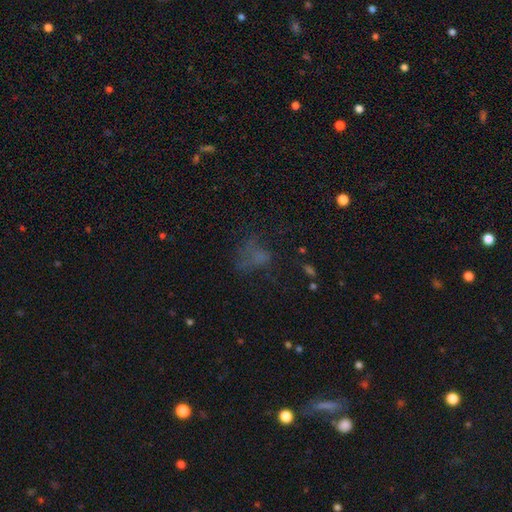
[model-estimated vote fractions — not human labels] Morphology: type=smooth (46%); merging=none (40%).